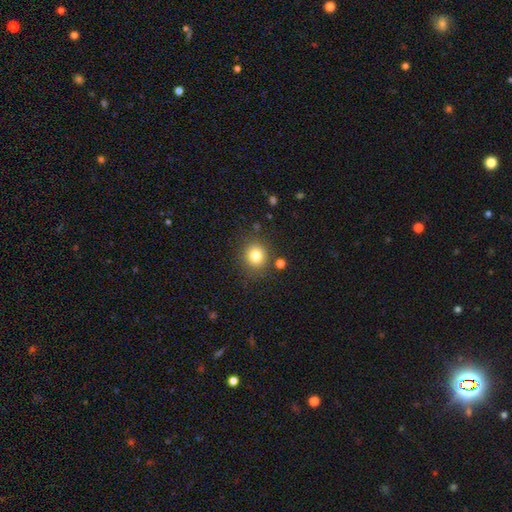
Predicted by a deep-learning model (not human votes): A smooth galaxy with no disk features (80%) that is round (88%). Merging: none (84%).